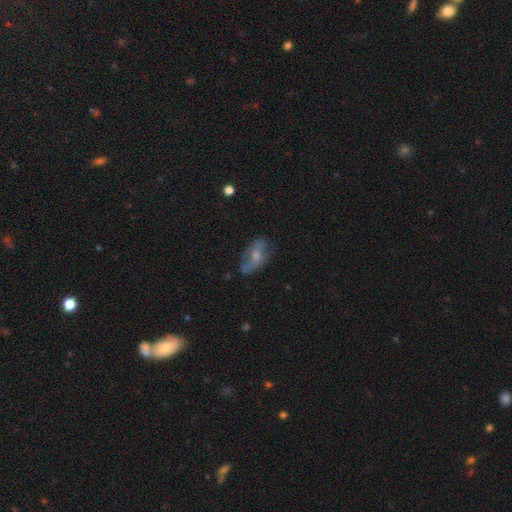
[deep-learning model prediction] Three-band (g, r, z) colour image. It shows a featured or disk galaxy (46%). Merging: none (58%).